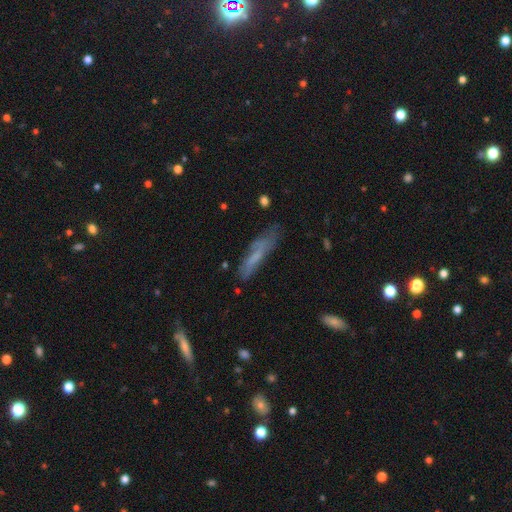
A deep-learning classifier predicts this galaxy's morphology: Smooth or featured? smooth (53%)
How rounded? cigar-shaped (80%)
Merging? none (61%)